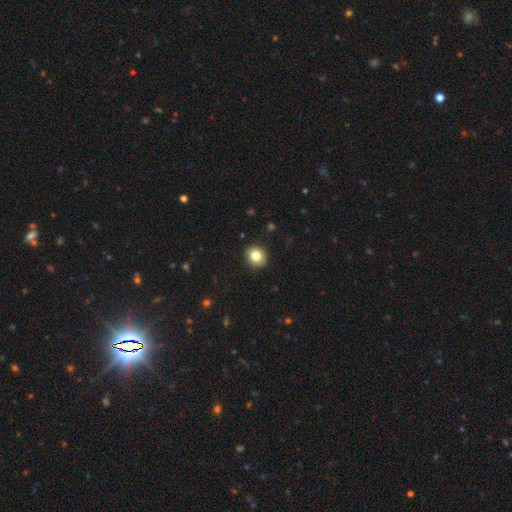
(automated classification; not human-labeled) This appears to be a smooth galaxy with no disk features (82%) that is round (72%). Merging: none (90%).